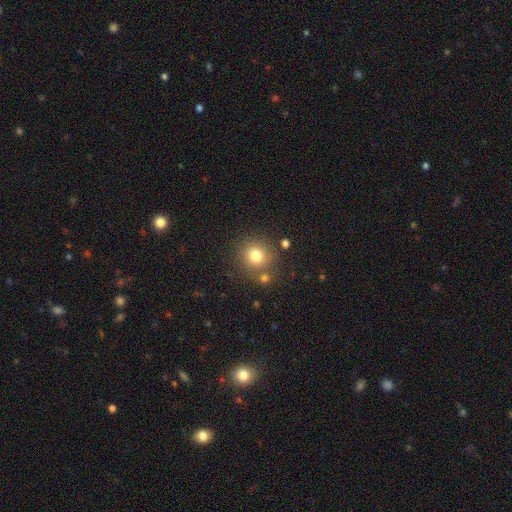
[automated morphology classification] The model was most divided on "smooth or featured": smooth: 78%, star or artifact: 13%, featured or disk: 9%. More confident: how rounded — round (92%); merging — none (78%).